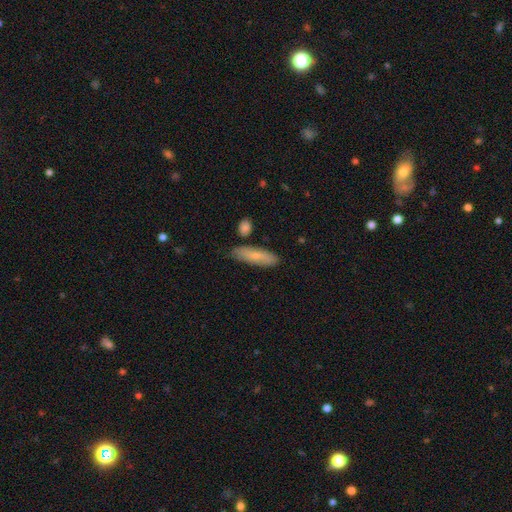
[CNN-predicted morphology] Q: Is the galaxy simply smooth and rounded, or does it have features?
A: smooth — 69%.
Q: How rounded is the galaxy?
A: cigar-shaped — 57%.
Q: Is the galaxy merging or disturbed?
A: none — 78%.